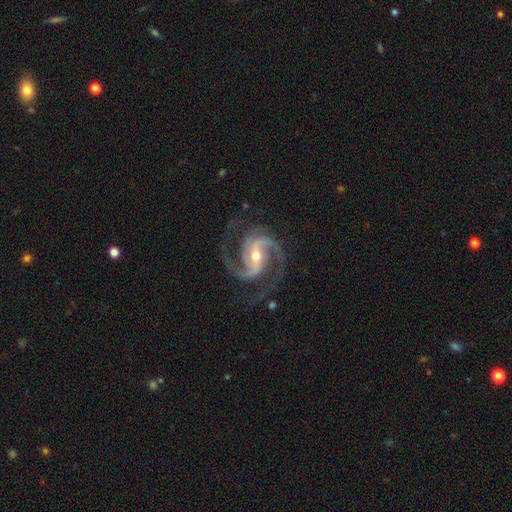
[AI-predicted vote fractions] Q: Smooth or featured?
A: featured or disk (94%); runner-up: star or artifact (4%)
Q: Edge-on disk?
A: no (98%); runner-up: yes (2%)
Q: Bar?
A: strong (40%); runner-up: weak (39%)
Q: Spiral arms?
A: yes (99%); runner-up: no (1%)
Q: Spiral winding?
A: medium (66%); runner-up: tight (21%)
Q: Spiral arm count?
A: 2 (80%); runner-up: 3 (13%)
Q: Bulge size?
A: moderate (57%); runner-up: small (39%)
Q: Merging?
A: none (79%); runner-up: minor disturbance (14%)